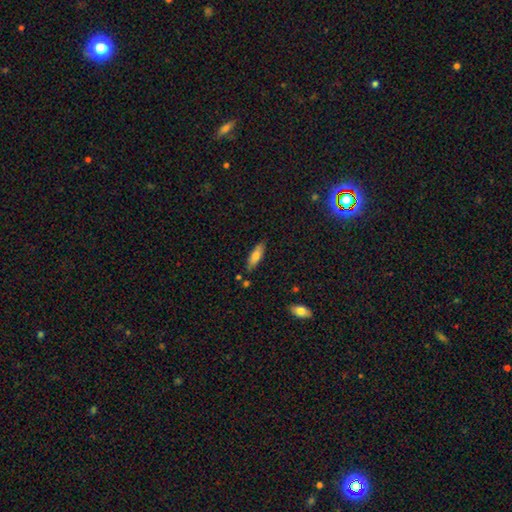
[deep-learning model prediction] Overall: smooth (74%). How rounded: in between (56%; cigar-shaped 42%). Merging: none (80%).